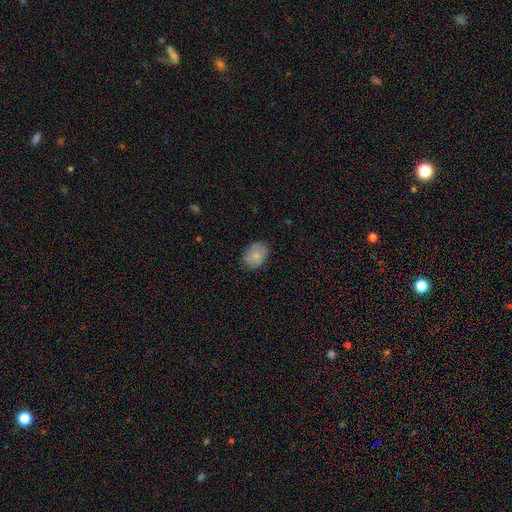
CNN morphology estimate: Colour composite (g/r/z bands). It shows a smooth galaxy with no disk features (79%) that is in between round and cigar-shaped (69%). Merging: none (78%).